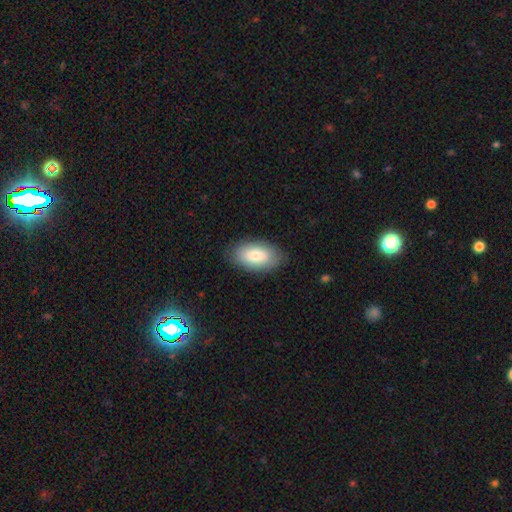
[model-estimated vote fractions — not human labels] Smooth or featured: smooth — 77% (featured or disk — 16%)
How rounded: in between — 94% (round — 5%)
Merging: none — 85% (minor disturbance — 11%)